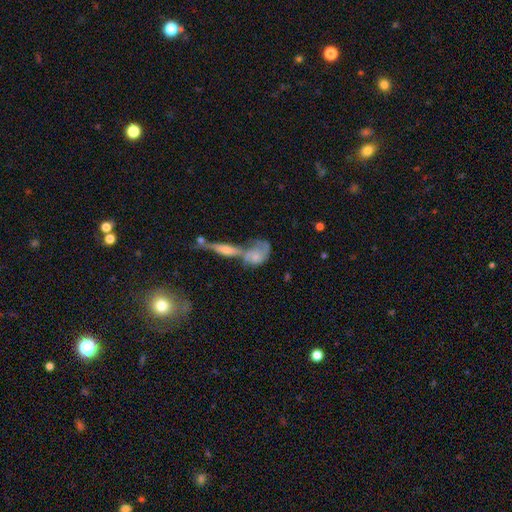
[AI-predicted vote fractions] smooth 47%, featured or disk 45%, star or artifact 8%. Down the decision tree: merging — merger (59%).